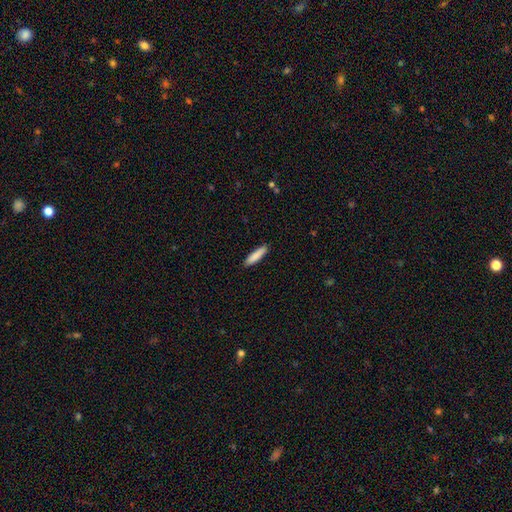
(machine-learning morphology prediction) smooth 87%, featured or disk 7%, star or artifact 6%. Down the decision tree: how rounded — cigar-shaped (80%); merging — none (90%).